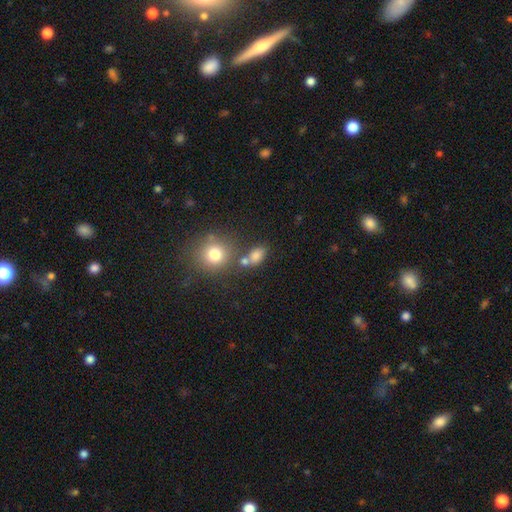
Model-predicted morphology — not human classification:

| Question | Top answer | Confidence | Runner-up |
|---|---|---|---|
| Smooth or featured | smooth | 79% | star or artifact (13%) |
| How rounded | in between | 75% | round (22%) |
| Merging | none | 58% | merger (22%) |